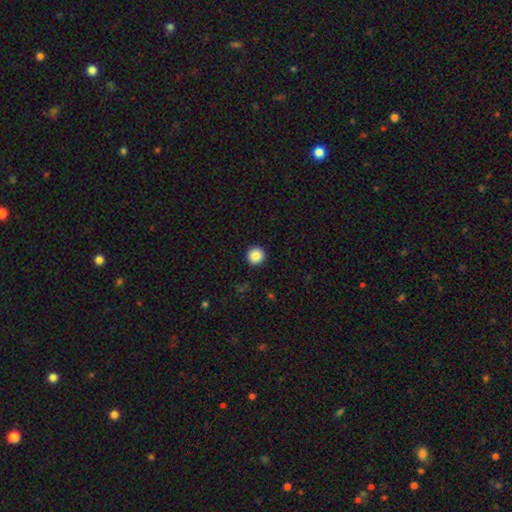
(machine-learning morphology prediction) This appears to be a smooth galaxy with no disk features (87%) that is round (96%). Merging: none (93%).